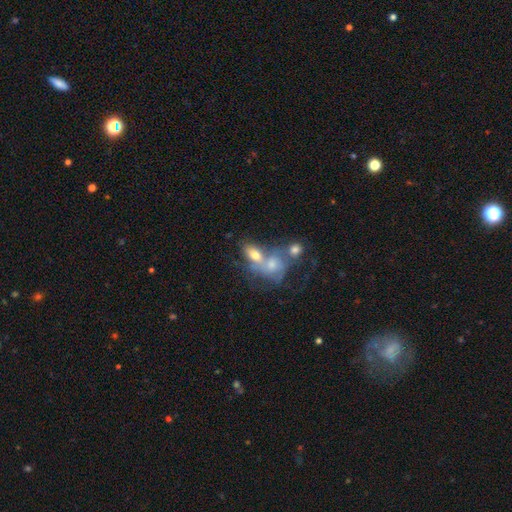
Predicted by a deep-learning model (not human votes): Q: Smooth or featured?
A: smooth (53%); runner-up: featured or disk (33%)
Q: How rounded?
A: in between (74%); runner-up: round (22%)
Q: Merging?
A: merger (61%); runner-up: none (22%)